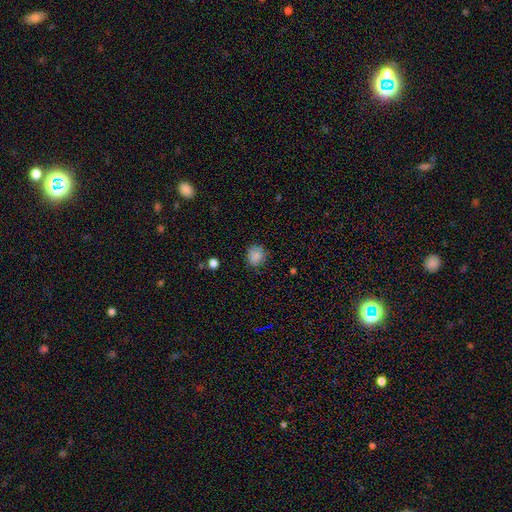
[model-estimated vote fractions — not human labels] smooth 84%, star or artifact 10%, featured or disk 6%. Down the decision tree: how rounded — round (79%); merging — none (78%).